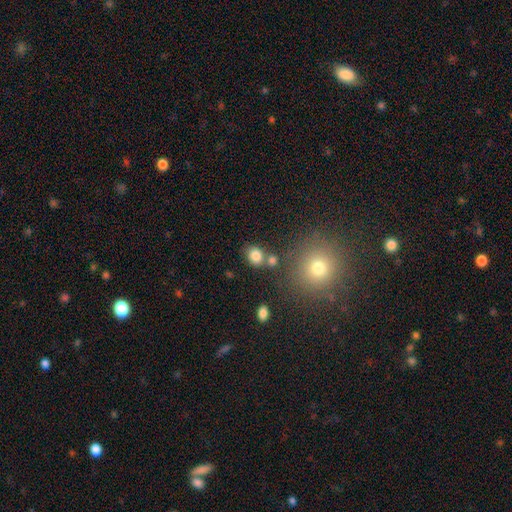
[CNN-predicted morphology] A smooth galaxy with no disk features (82%) that is round (56%).

Vote fractions:
- Smooth or featured? smooth: 82% / star or artifact: 11% / featured or disk: 7%
- How rounded? round: 56% / in between: 43% / cigar-shaped: 1%
- Merging? none: 66% / merger: 18% / minor disturbance: 12% / major disturbance: 4%